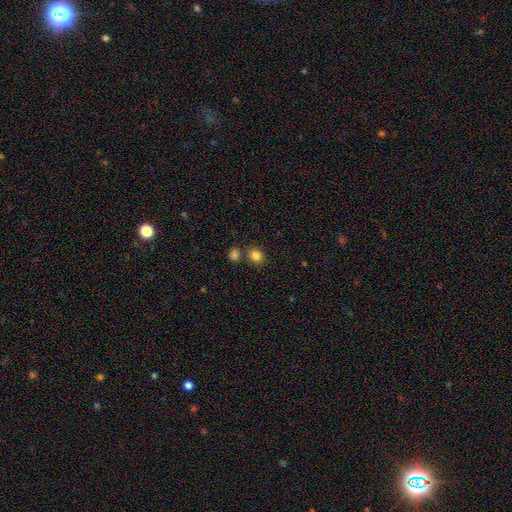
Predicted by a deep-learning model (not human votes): smooth_or_featured: smooth (p=0.84) [alt: star or artifact p=0.11]
how_rounded: round (p=0.73) [alt: in between p=0.26]
merging: none (p=0.73) [alt: merger p=0.15]